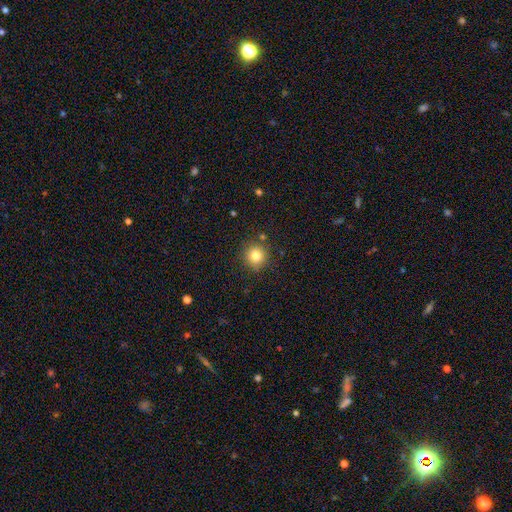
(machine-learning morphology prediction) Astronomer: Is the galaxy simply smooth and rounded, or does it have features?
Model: smooth — 81%.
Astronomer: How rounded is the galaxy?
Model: round — 93%.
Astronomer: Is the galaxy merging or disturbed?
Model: none — 85%.